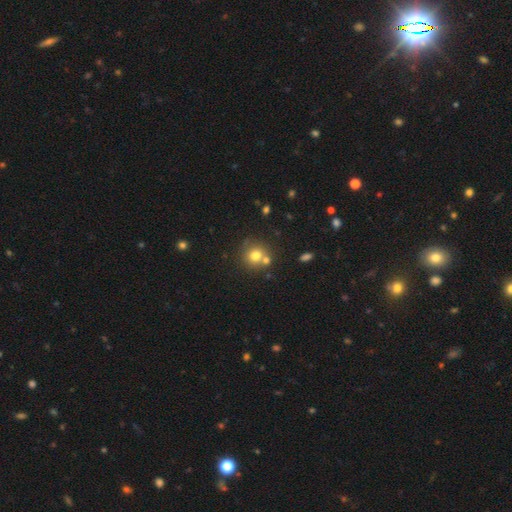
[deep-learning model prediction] smooth_or_featured: smooth (p=0.74) [alt: star or artifact p=0.13]
how_rounded: round (p=0.88) [alt: in between p=0.11]
merging: none (p=0.61) [alt: merger p=0.26]